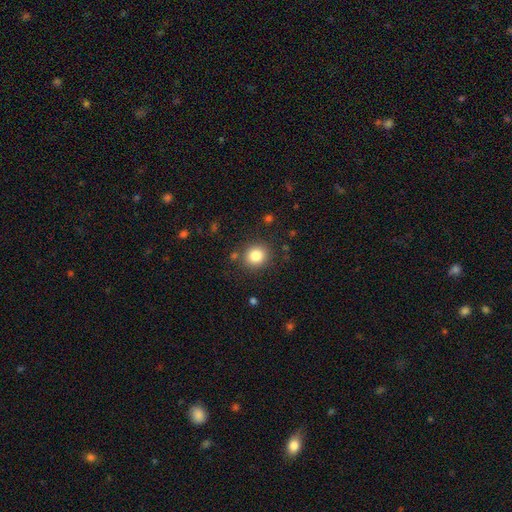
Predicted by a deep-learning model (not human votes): A smooth galaxy with no disk features (83%) that is round (85%). Merging: none (86%).